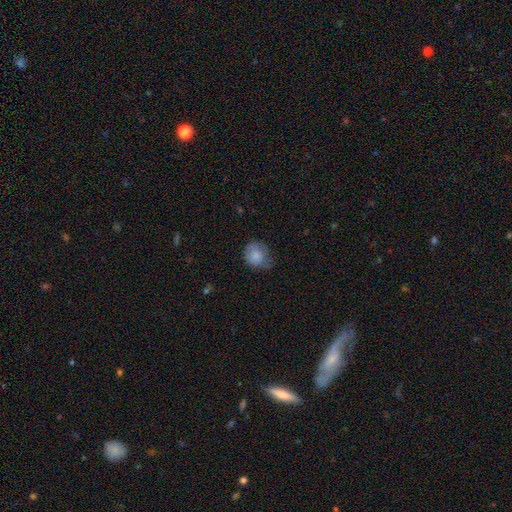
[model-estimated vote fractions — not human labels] Smooth or featured? Predicted: smooth (p=0.82). How rounded? Predicted: round (p=0.68). Merging? Predicted: none (p=0.47).